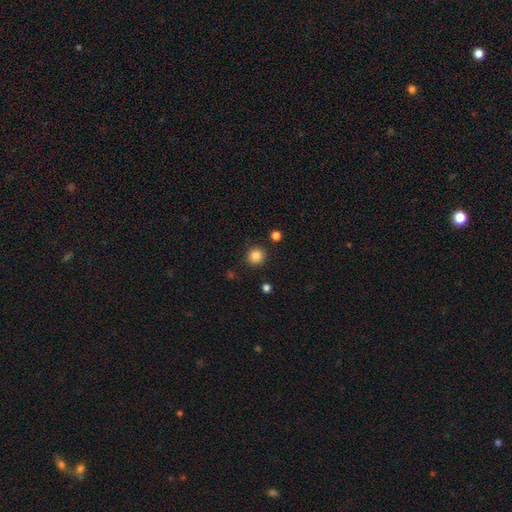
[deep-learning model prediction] Smooth or featured: smooth — 86% (star or artifact — 11%)
How rounded: round — 92% (in between — 7%)
Merging: none — 89% (minor disturbance — 6%)